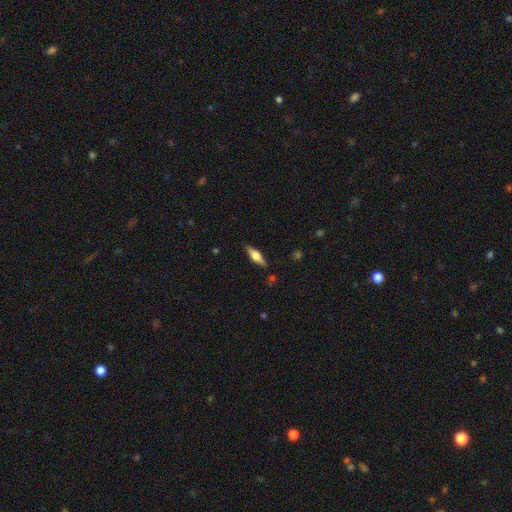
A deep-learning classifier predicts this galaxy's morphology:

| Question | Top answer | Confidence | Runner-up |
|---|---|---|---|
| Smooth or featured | featured or disk | 62% | smooth (31%) |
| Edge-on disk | yes | 96% | no (4%) |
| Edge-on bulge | rounded | 91% | boxy (7%) |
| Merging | none | 87% | minor disturbance (9%) |